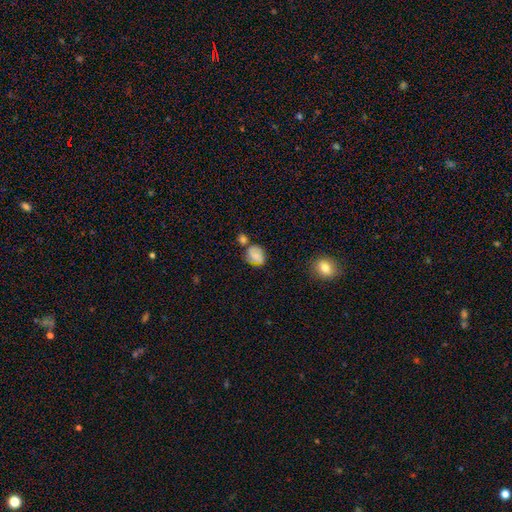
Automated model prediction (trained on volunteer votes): smooth_or_featured: smooth (p=0.65) [alt: featured or disk p=0.24]
how_rounded: round (p=0.50) [alt: in between p=0.49]
merging: none (p=0.55) [alt: minor disturbance p=0.21]